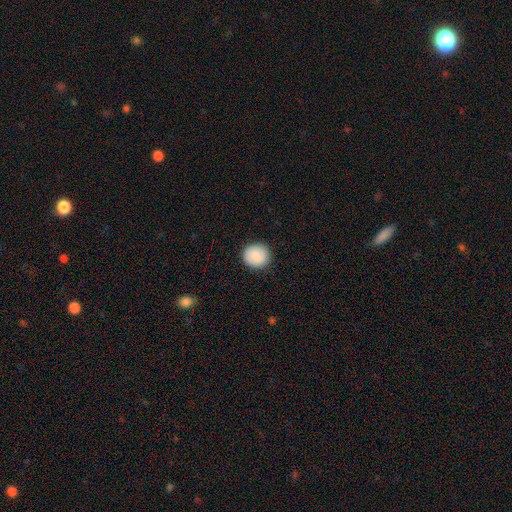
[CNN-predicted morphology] Smooth or featured?
  - smooth: 85% *
  - featured or disk: 8%
  - star or artifact: 7%
How rounded?
  - round: 90% *
  - in between: 9%
  - cigar-shaped: 1%
Merging?
  - none: 90% *
  - minor disturbance: 7%
  - major disturbance: 2%
  - merger: 1%